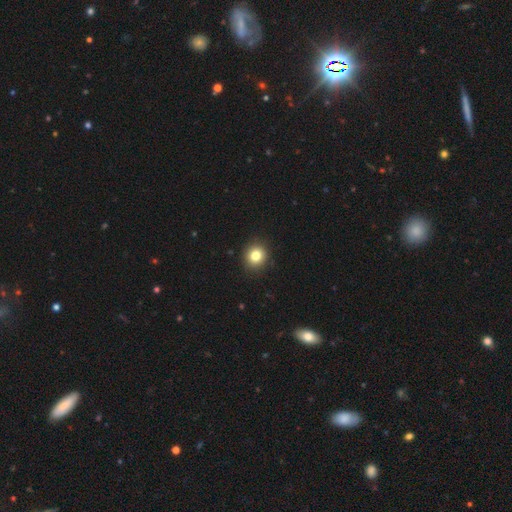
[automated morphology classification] A smooth galaxy with no disk features (81%) that is round (87%).

Vote fractions:
- Smooth or featured? smooth: 81% / star or artifact: 12% / featured or disk: 7%
- How rounded? round: 87% / in between: 12% / cigar-shaped: 1%
- Merging? none: 91% / minor disturbance: 6% / major disturbance: 2% / merger: 1%